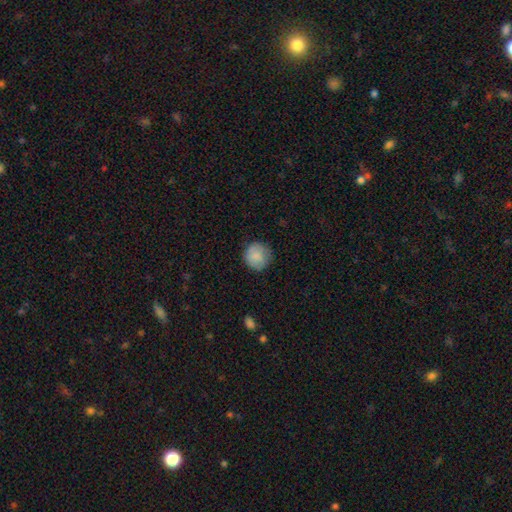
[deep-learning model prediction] smooth-or-featured: smooth: 86% | star or artifact: 7% | featured or disk: 6%
  how-rounded: round: 93% | in between: 6% | cigar-shaped: 1%
  merging: none: 83% | minor disturbance: 13% | major disturbance: 3% | merger: 1%